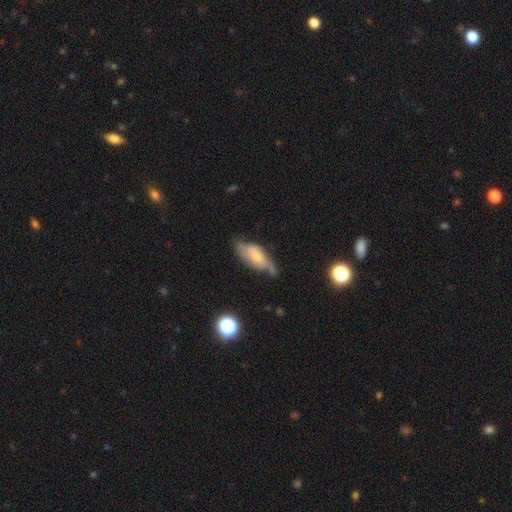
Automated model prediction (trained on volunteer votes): Morphology: type=featured or disk (53%); edge-on=no (77%); merging=none (47%).